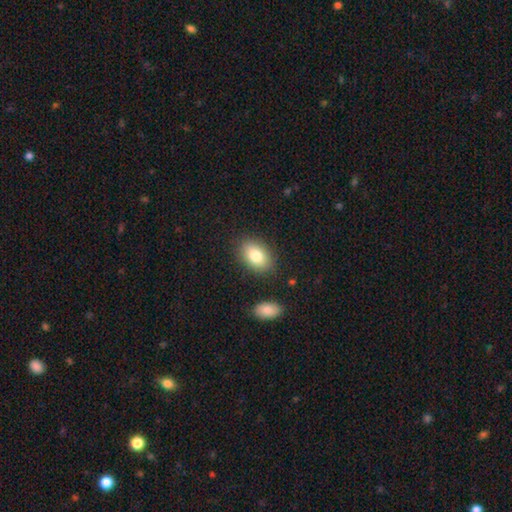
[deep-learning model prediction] Smooth or featured? Predicted: smooth (p=0.81). How rounded? Predicted: in between (p=0.86). Merging? Predicted: none (p=0.84).